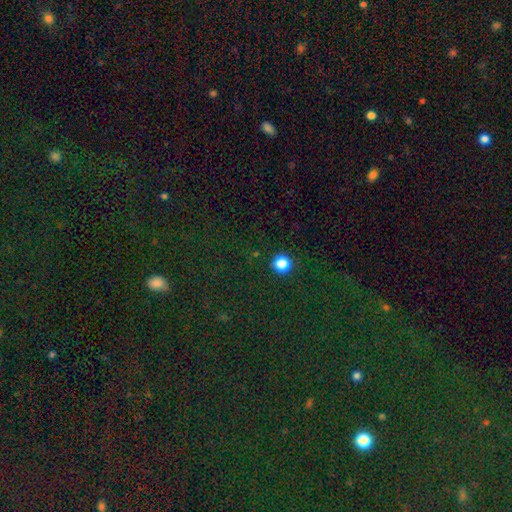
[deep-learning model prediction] Smooth or featured? Predicted: star or artifact (p=0.76).